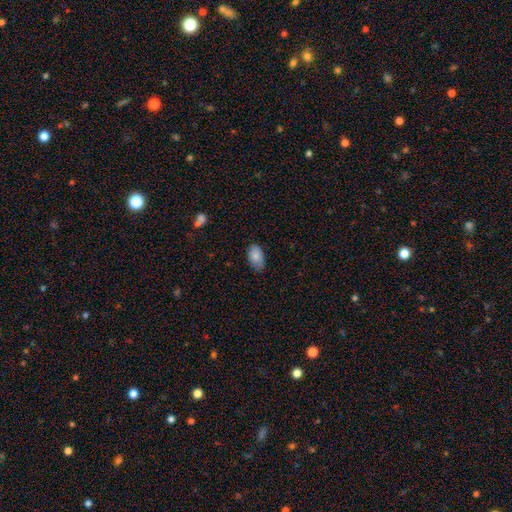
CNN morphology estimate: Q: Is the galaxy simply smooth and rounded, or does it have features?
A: smooth — 84%.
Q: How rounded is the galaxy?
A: in between — 93%.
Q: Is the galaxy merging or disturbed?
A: none — 70%.